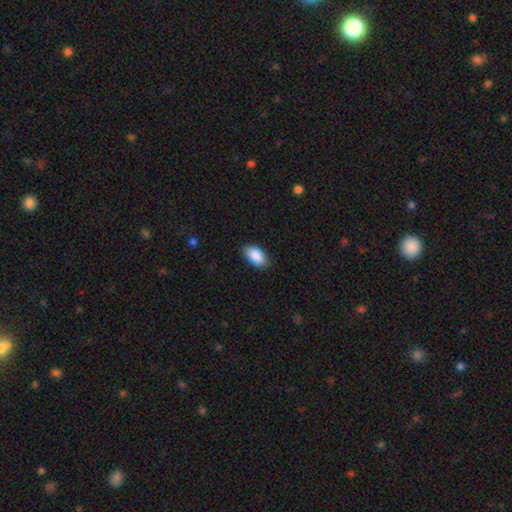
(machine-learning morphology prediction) A smooth galaxy with no disk features (89%) that is in between round and cigar-shaped (94%). Merging: none (86%).